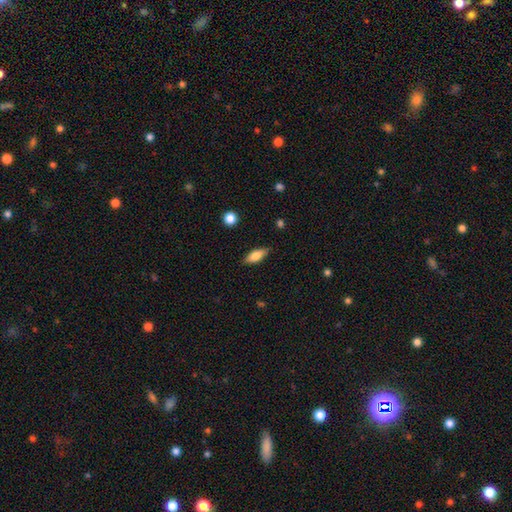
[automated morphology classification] Q: Smooth or featured?
A: smooth (69%); runner-up: featured or disk (24%)
Q: How rounded?
A: in between (70%); runner-up: cigar-shaped (27%)
Q: Merging?
A: none (85%); runner-up: minor disturbance (12%)